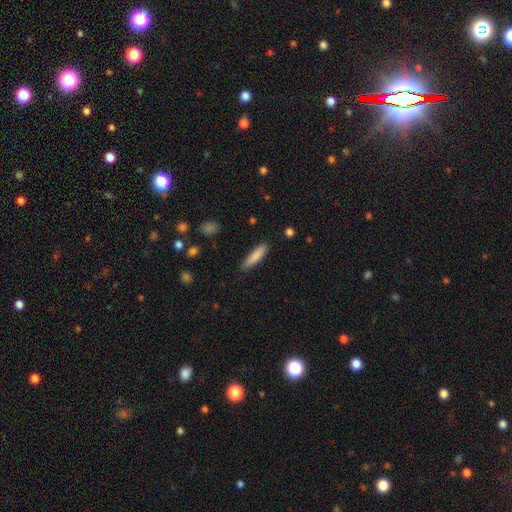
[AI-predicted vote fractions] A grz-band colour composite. It shows a smooth galaxy with no disk features (83%) that is cigar-shaped (77%). Merging: none (84%).